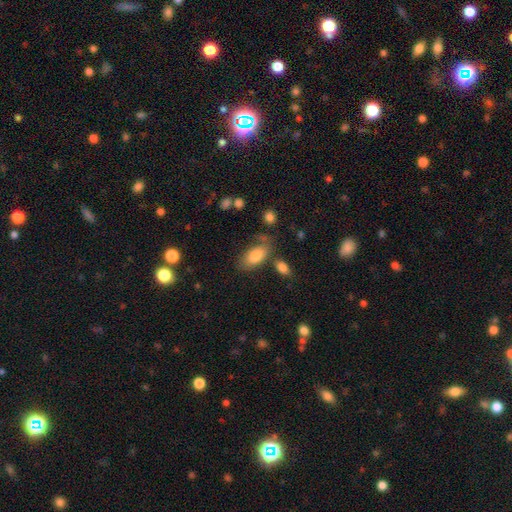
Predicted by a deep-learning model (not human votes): The model was most divided on "merging": none: 62%, minor disturbance: 21%, merger: 9%, major disturbance: 8%. More confident: how rounded — in between (93%); smooth or featured — smooth (83%).